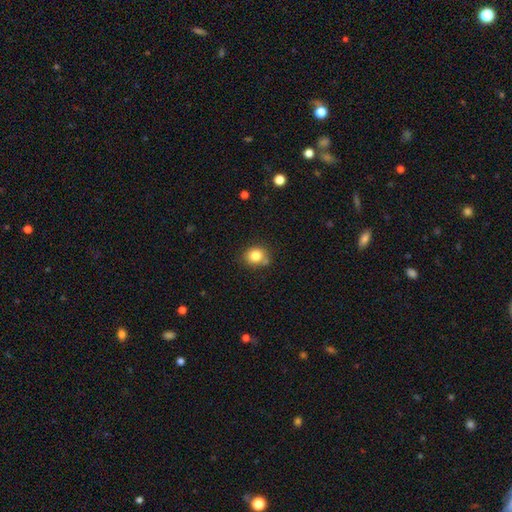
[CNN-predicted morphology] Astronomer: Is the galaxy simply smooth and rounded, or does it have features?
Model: smooth — 81%.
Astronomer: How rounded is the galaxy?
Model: round — 76%.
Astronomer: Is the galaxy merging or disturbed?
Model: none — 71%.